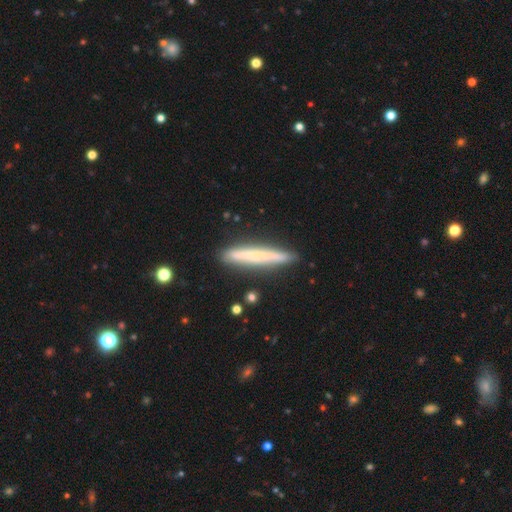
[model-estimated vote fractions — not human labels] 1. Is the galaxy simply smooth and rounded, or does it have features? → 55% smooth, 39% featured or disk, 6% star or artifact.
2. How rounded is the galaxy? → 96% cigar-shaped, 3% in between, 1% round.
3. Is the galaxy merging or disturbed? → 87% none, 9% minor disturbance, 2% merger, 2% major disturbance.